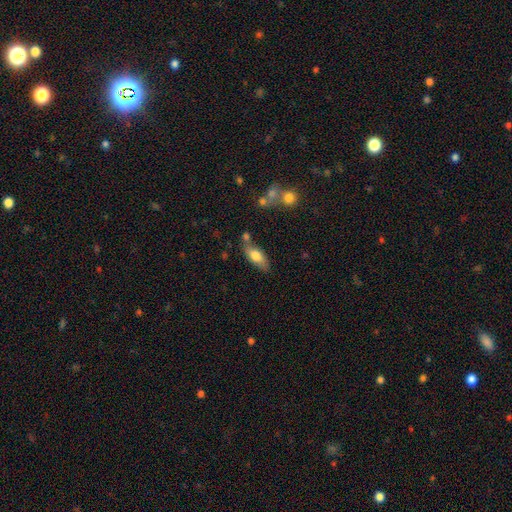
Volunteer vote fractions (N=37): A smooth galaxy with no disk features (81%) that is in between round and cigar-shaped (87%).

Vote fractions:
- Smooth or featured? smooth: 81% / featured or disk: 14% / star or artifact: 5%
- How rounded? in between: 87% / cigar-shaped: 13% / round: 0%
- Merging? none: 69% / minor disturbance: 17% / merger: 9% / major disturbance: 6%